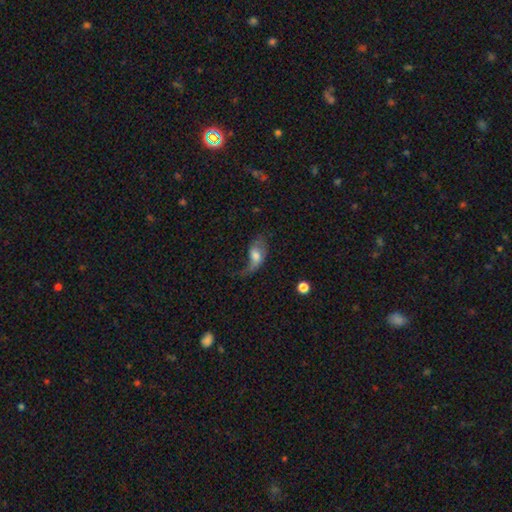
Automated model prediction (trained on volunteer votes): Smooth or featured? Predicted: featured or disk (p=0.47). Merging? Predicted: major disturbance (p=0.50).